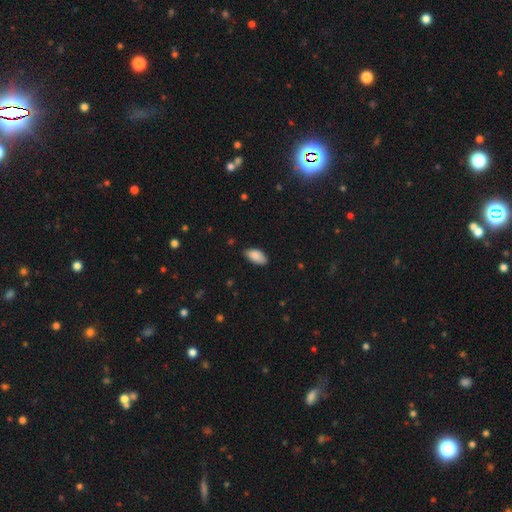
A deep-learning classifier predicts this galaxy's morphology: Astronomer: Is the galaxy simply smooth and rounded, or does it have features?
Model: smooth — 88%.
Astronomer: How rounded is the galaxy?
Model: in between — 93%.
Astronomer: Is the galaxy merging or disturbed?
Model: none — 76%.